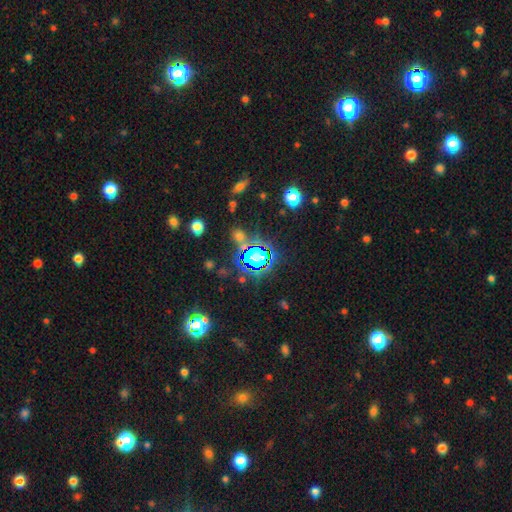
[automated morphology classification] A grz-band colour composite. It shows a star or artifact, not a galaxy (63%).